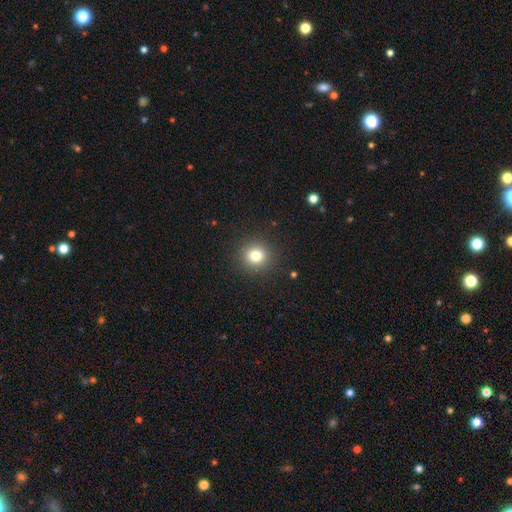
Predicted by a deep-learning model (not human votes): A smooth galaxy with no disk features (79%) that is round (91%). Merging: none (91%).